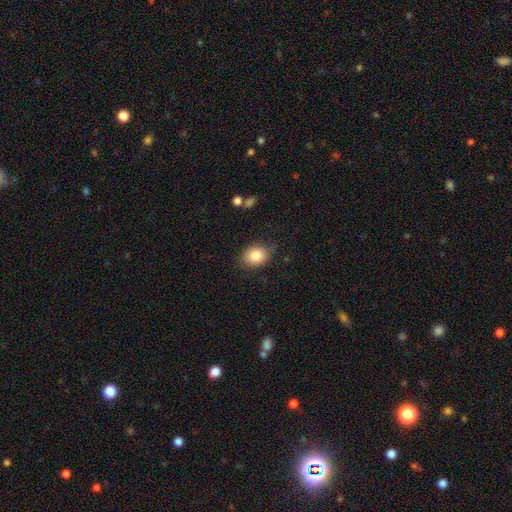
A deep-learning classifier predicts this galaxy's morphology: This is clearly a smooth galaxy (83%). How rounded: likely in between (64%). Merging: likely none (79%).